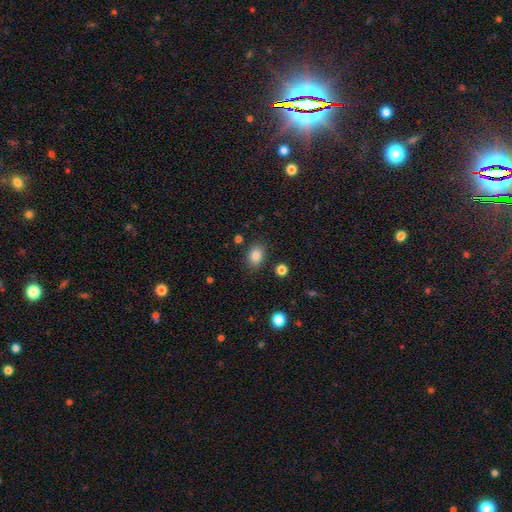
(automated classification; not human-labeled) smooth-or-featured: smooth: 84% | star or artifact: 10% | featured or disk: 6%
  how-rounded: in between: 67% | round: 32% | cigar-shaped: 1%
  merging: none: 84% | minor disturbance: 11% | major disturbance: 3% | merger: 2%